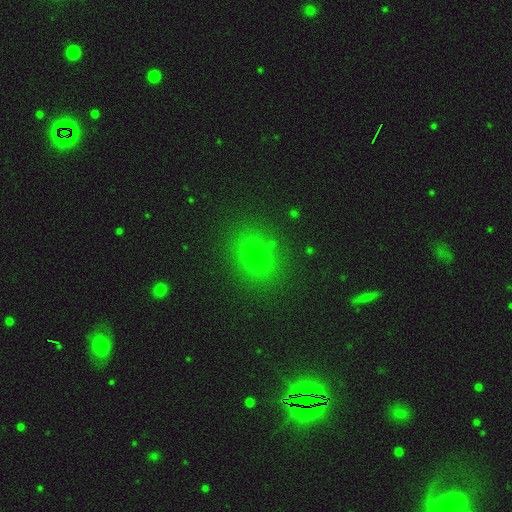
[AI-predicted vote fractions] A smooth galaxy with no disk features (72%) that is round (54%). Merging: none (86%).